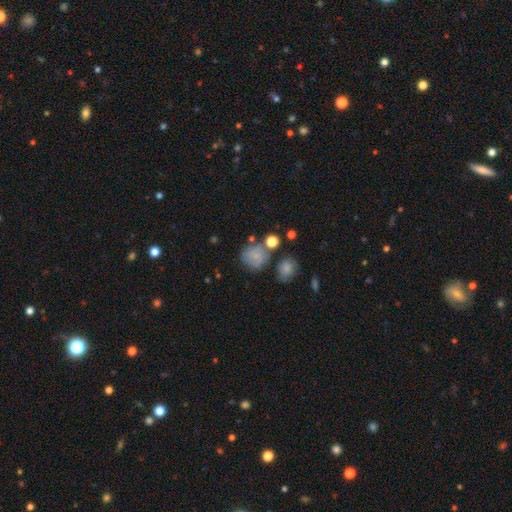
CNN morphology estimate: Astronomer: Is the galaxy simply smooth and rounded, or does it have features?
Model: smooth — 68%.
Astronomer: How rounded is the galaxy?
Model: round — 78%.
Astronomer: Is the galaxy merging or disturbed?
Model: none — 54%.